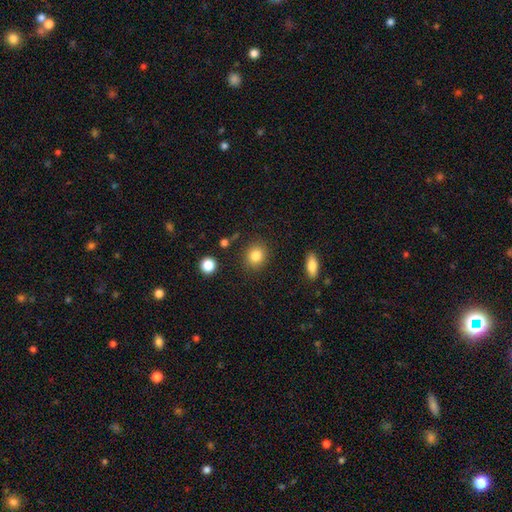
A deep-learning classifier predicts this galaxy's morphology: This is clearly a smooth galaxy (84%). How rounded: likely round (75%). Merging: clearly none (87%).